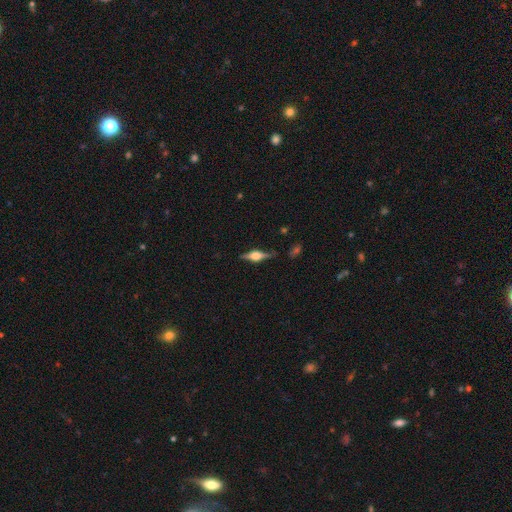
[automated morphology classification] This appears to be a featured or disk galaxy (79%) viewed edge-on (97%) with a rounded central bulge (91%). Merging: none (85%).